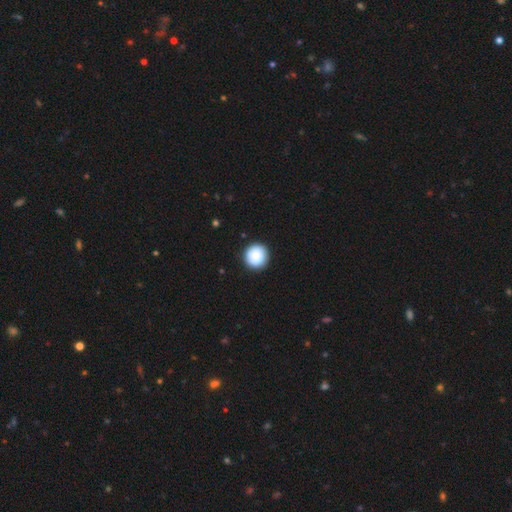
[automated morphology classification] This is clearly a smooth galaxy (87%). How rounded: clearly round (96%). Merging: clearly none (91%).